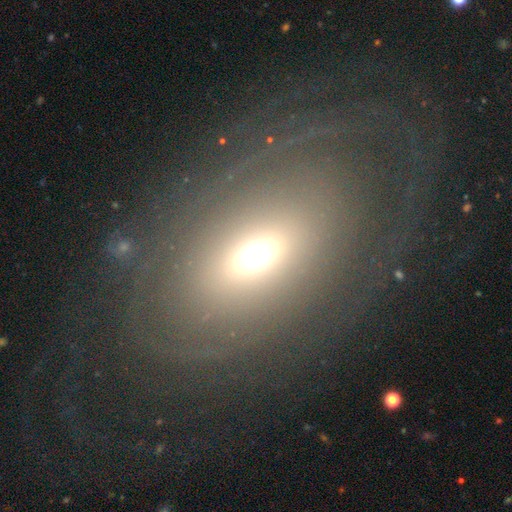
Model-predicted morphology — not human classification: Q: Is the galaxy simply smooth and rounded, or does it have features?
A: featured or disk — 45%.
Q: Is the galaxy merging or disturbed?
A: none — 63%.